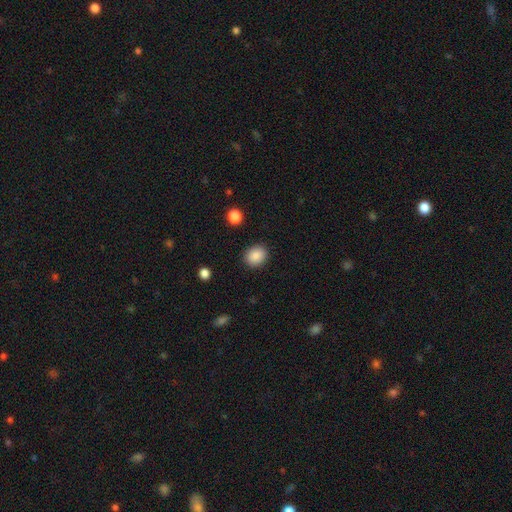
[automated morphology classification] Smooth or featured? Predicted: smooth (p=0.88). How rounded? Predicted: round (p=0.62). Merging? Predicted: none (p=0.90).